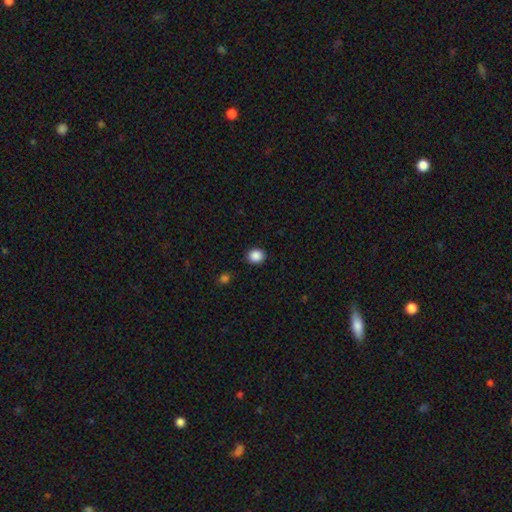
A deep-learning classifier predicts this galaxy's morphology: Overall: smooth (88%). How rounded: round (76%). Merging: none (89%).